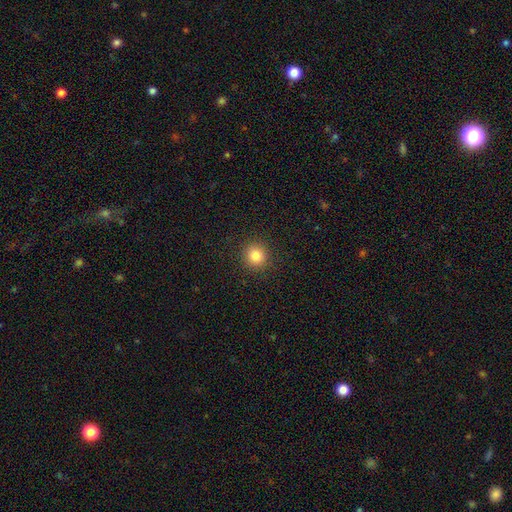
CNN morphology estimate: This is clearly a smooth galaxy (83%). How rounded: clearly round (92%). Merging: clearly none (92%).